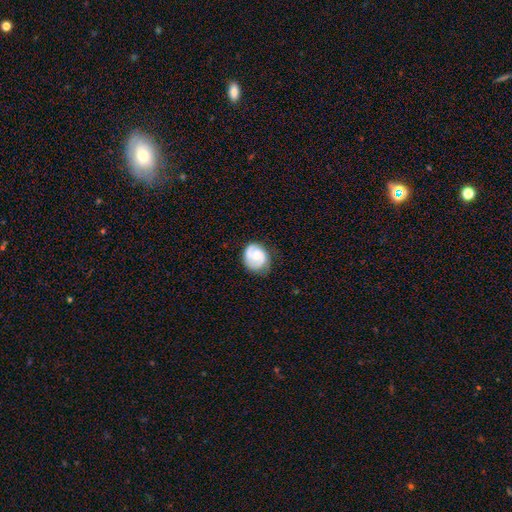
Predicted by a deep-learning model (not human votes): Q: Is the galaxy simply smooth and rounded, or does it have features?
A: featured or disk — 61%.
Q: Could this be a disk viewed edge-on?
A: no — 98%.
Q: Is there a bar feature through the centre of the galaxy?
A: no — 67%.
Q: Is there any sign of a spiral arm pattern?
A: yes — 88%.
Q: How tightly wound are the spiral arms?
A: tight — 52%.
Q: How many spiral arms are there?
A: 2 — 62%.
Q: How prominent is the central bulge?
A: moderate — 46%.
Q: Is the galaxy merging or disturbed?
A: none — 69%.